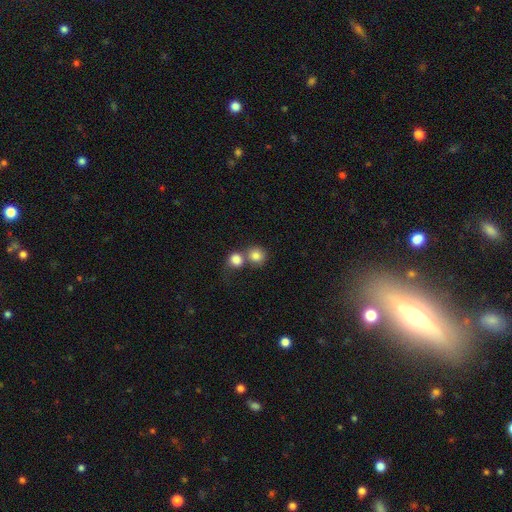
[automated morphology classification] Overall: smooth (82%). How rounded: round (87%). Merging: merger (48%; none 41%).